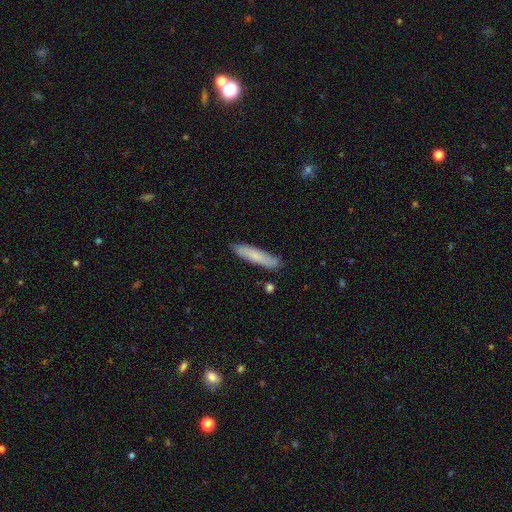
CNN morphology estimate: Smooth or featured?
  - smooth: 77% *
  - featured or disk: 18%
  - star or artifact: 6%
How rounded?
  - cigar-shaped: 87% *
  - in between: 12%
  - round: 1%
Merging?
  - none: 86% *
  - minor disturbance: 11%
  - merger: 2%
  - major disturbance: 2%